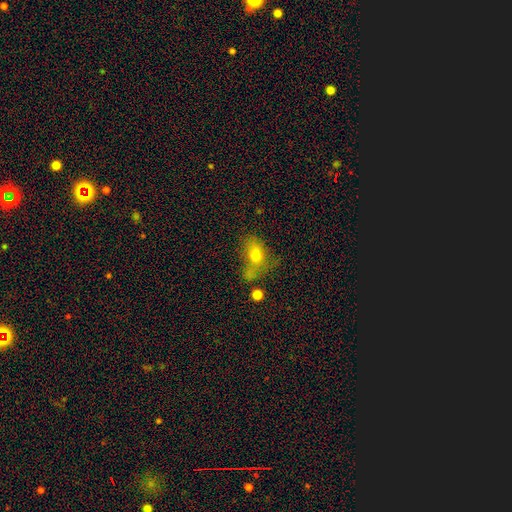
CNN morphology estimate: This appears to be a smooth galaxy with no disk features (68%) that is in between round and cigar-shaped (72%). Merging: none (31%).